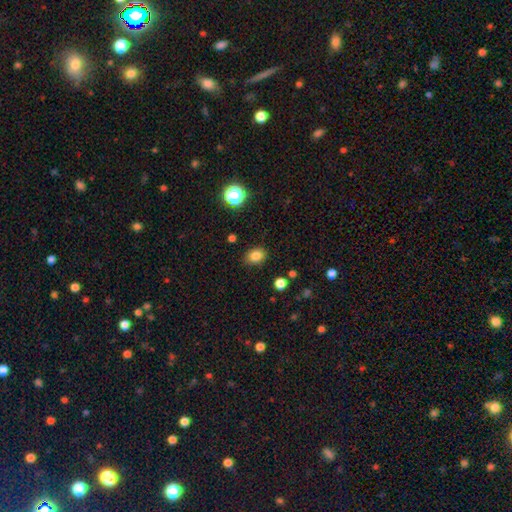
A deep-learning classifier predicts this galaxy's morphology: The model was most divided on "how rounded": in between: 64%, round: 35%, cigar-shaped: 1%. More confident: merging — none (86%); smooth or featured — smooth (83%).